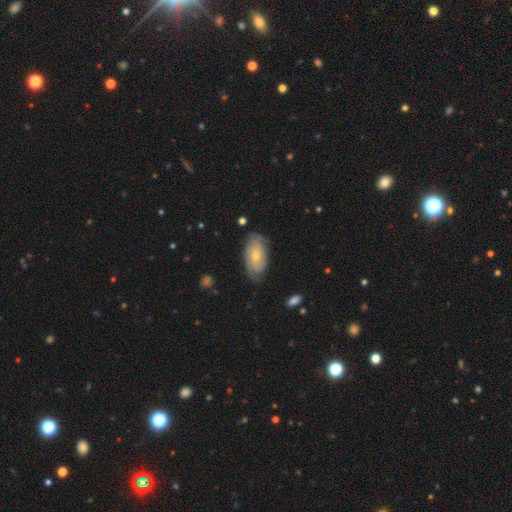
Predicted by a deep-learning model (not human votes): This appears to be a featured or disk galaxy (56%) with no bar (76%), spiral arms (81%) and a small central bulge (56%). Merging: none (72%).